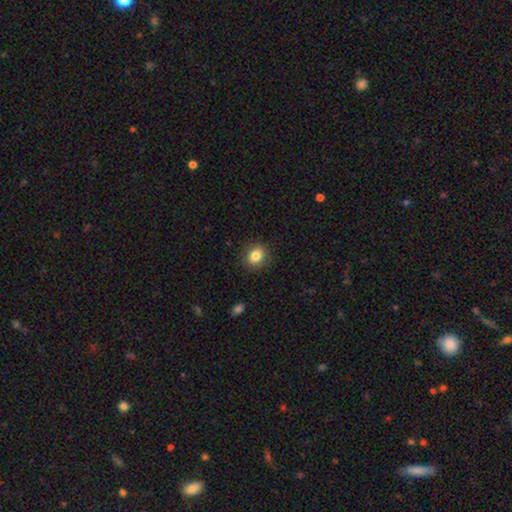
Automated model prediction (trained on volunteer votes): Q: Smooth or featured?
A: smooth (84%); runner-up: star or artifact (9%)
Q: How rounded?
A: round (57%); runner-up: in between (42%)
Q: Merging?
A: none (88%); runner-up: minor disturbance (8%)